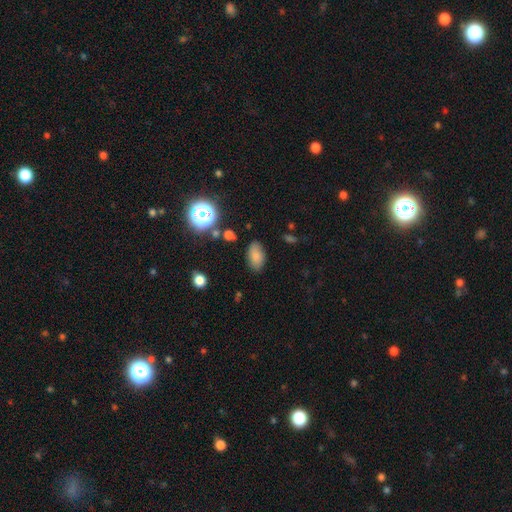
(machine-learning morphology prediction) Smooth or featured? smooth (81%)
How rounded? in between (90%)
Merging? none (80%)